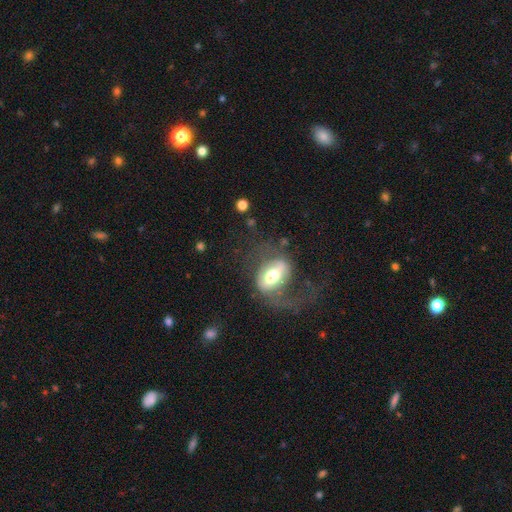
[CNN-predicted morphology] smooth_or_featured: featured or disk (p=0.66) [alt: smooth p=0.24]
disk_edge_on: no (p=0.92) [alt: yes p=0.08]
bar: weak (p=0.37) [alt: no p=0.32]
has_spiral_arms: yes (p=0.73) [alt: no p=0.27]
bulge_size: moderate (p=0.61) [alt: large p=0.25]
merging: none (p=0.40) [alt: major disturbance p=0.39]